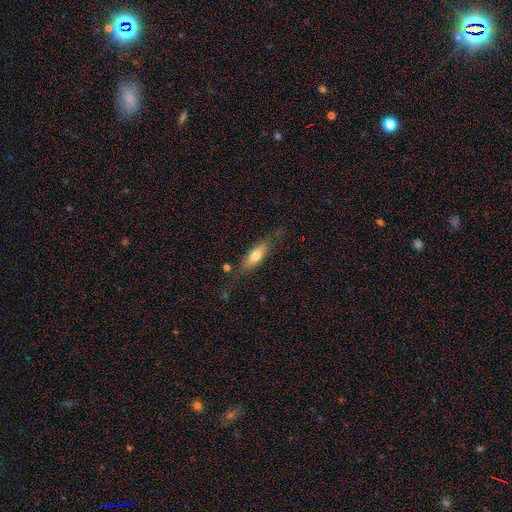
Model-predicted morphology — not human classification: This appears to be a smooth galaxy with no disk features (62%) that is cigar-shaped (52%). Merging: none (72%).